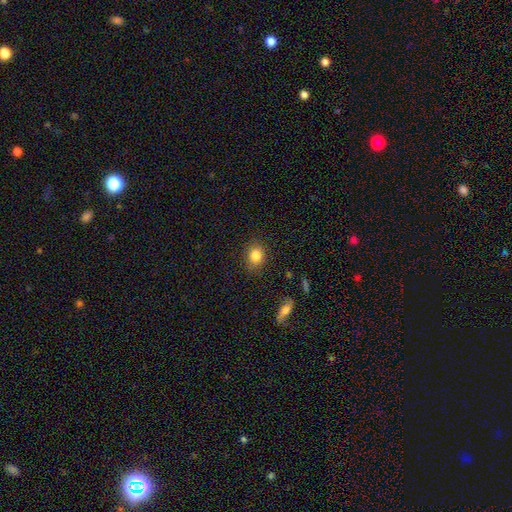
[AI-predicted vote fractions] smooth 84%, star or artifact 10%, featured or disk 6%. Down the decision tree: how rounded — round (58%); merging — none (83%).